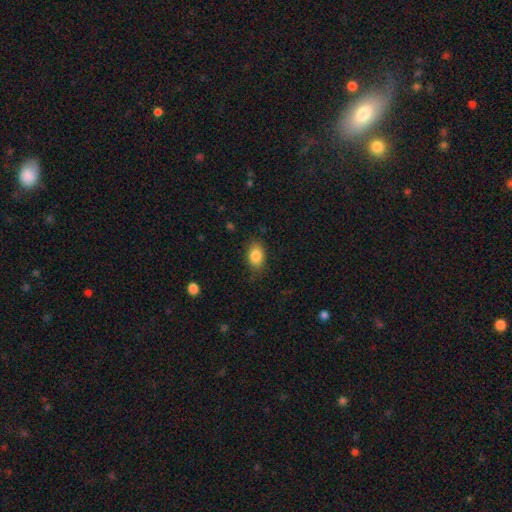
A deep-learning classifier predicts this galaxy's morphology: Smooth or featured: smooth — 86% (star or artifact — 8%)
How rounded: in between — 84% (round — 15%)
Merging: none — 81% (minor disturbance — 15%)